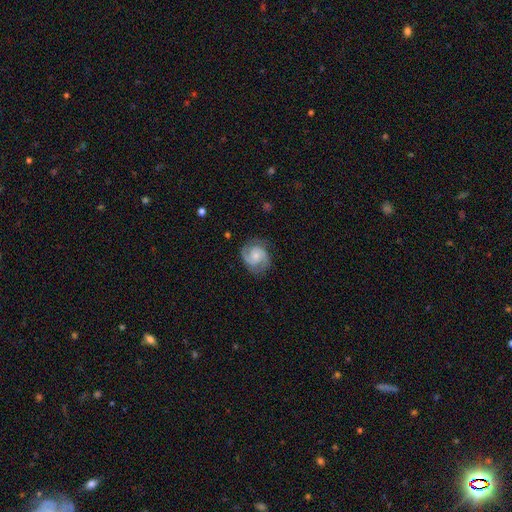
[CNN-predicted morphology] featured or disk 81%, smooth 13%, star or artifact 6%. Down the decision tree: edge-on disk — no (98%); bar — no (63%); spiral arms — yes (97%); spiral arm count — 2 (79%); spiral winding — medium (48%); bulge size — small (52%); merging — none (77%).